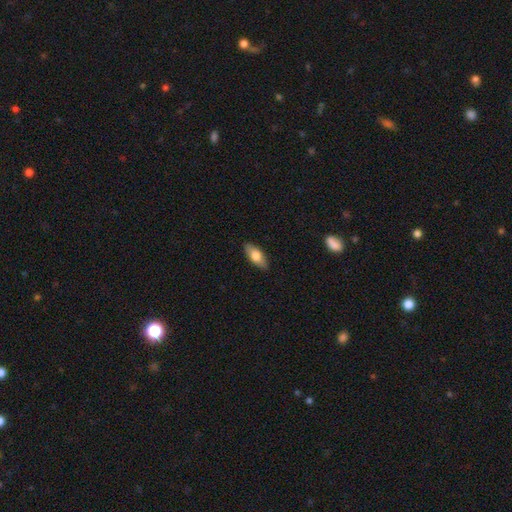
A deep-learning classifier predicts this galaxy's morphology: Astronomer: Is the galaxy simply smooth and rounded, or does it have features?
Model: smooth — 73%.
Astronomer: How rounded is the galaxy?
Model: in between — 83%.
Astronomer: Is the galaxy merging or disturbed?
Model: none — 88%.